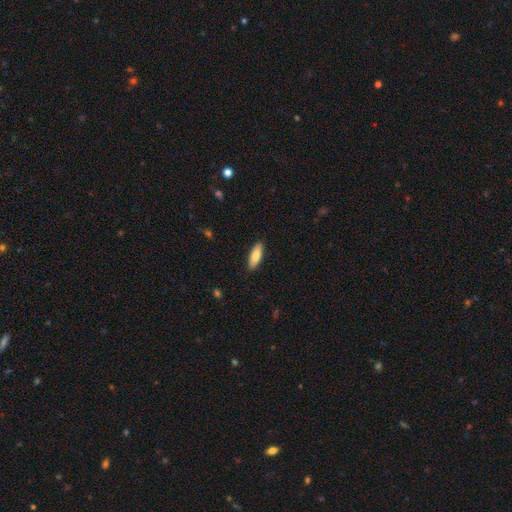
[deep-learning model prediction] A smooth galaxy with no disk features (80%) that is in between round and cigar-shaped (56%). Merging: none (88%).